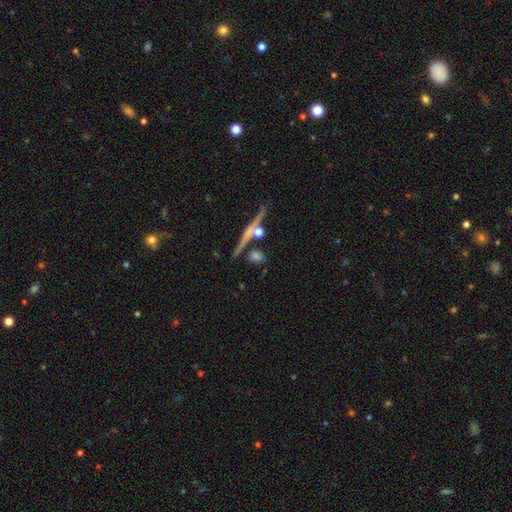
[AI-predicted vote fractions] Smooth or featured?
  - smooth: 57% *
  - featured or disk: 31%
  - star or artifact: 12%
How rounded?
  - round: 51% *
  - in between: 26%
  - cigar-shaped: 23%
Merging?
  - none: 67% *
  - merger: 17%
  - minor disturbance: 11%
  - major disturbance: 5%